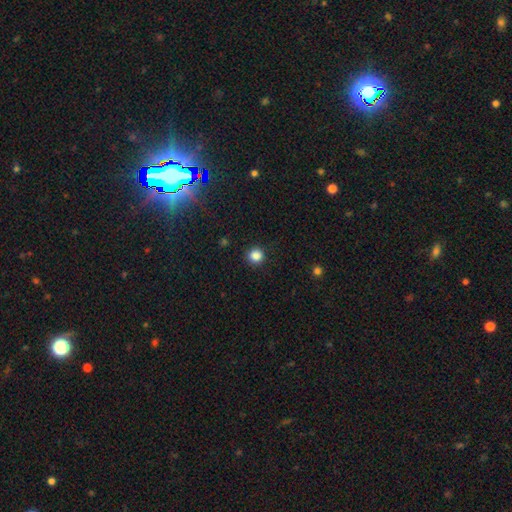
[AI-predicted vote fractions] Smooth or featured? Predicted: smooth (p=0.85). How rounded? Predicted: round (p=0.91). Merging? Predicted: none (p=0.90).